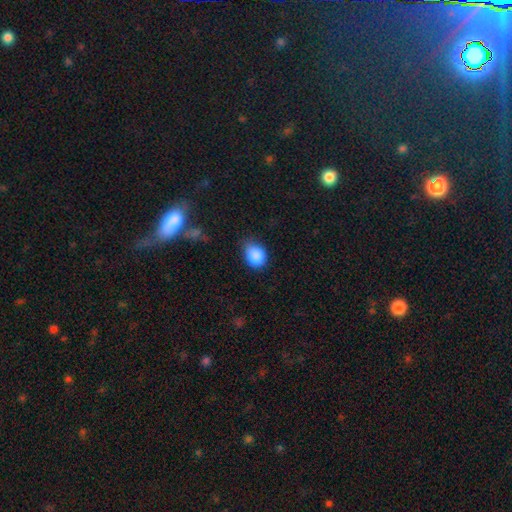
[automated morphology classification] Smooth or featured? Predicted: smooth (p=0.87). How rounded? Predicted: in between (p=0.52). Merging? Predicted: none (p=0.62).